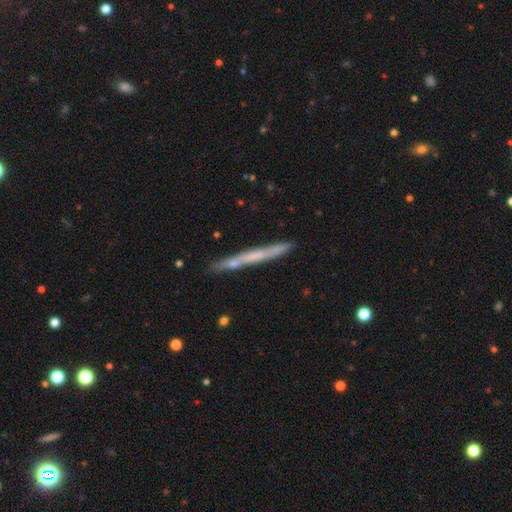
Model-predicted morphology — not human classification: Smooth or featured? featured or disk (49%)
Merging? none (83%)